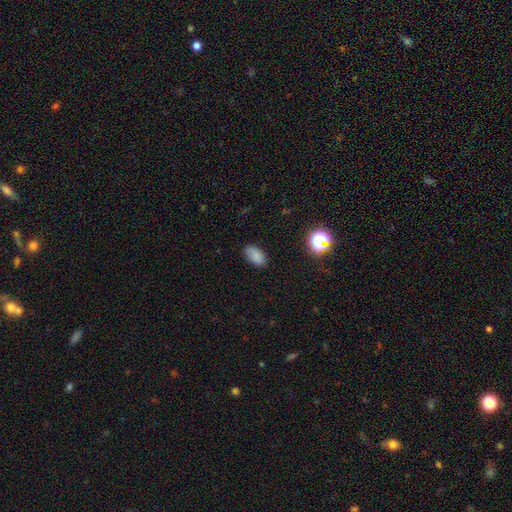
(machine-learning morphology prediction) smooth 82%, star or artifact 12%, featured or disk 5%. Down the decision tree: how rounded — in between (92%); merging — none (81%).